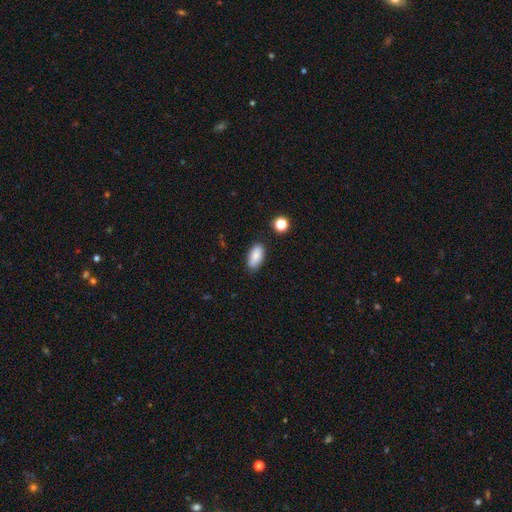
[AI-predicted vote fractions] Morphology: type=smooth (85%); roundness=in between (89%); merging=none (82%).